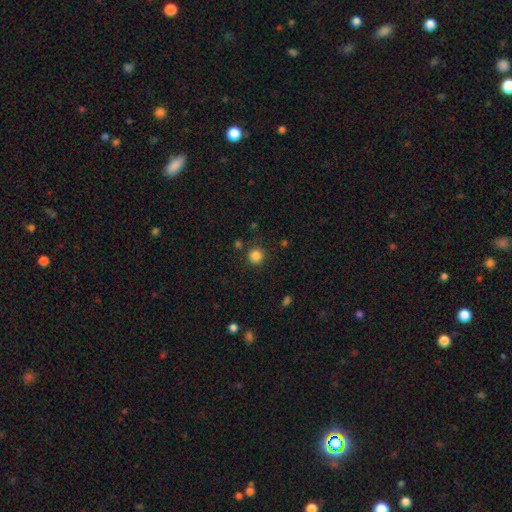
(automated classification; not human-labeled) Smooth or featured?
  - smooth: 85% *
  - star or artifact: 12%
  - featured or disk: 3%
How rounded?
  - round: 94% *
  - in between: 5%
  - cigar-shaped: 1%
Merging?
  - none: 87% *
  - minor disturbance: 7%
  - merger: 3%
  - major disturbance: 3%